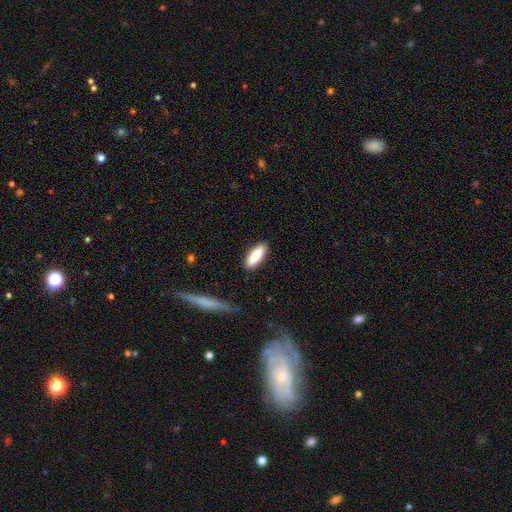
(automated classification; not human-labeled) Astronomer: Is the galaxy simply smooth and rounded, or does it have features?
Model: smooth — 80%.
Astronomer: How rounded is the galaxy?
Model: in between — 58% (runner-up: cigar-shaped, 40%).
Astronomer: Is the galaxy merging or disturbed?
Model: none — 86%.